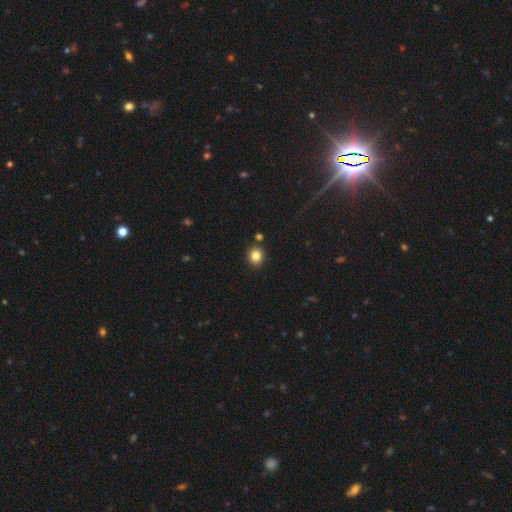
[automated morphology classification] Overall: smooth (84%). How rounded: round (80%). Merging: none (85%).